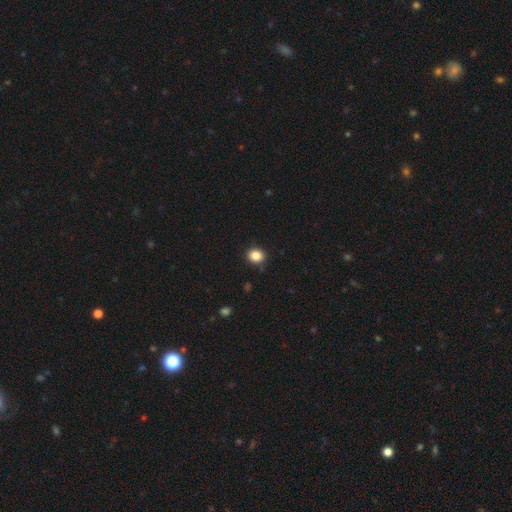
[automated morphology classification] Smooth or featured? smooth (86%)
How rounded? round (70%)
Merging? none (89%)